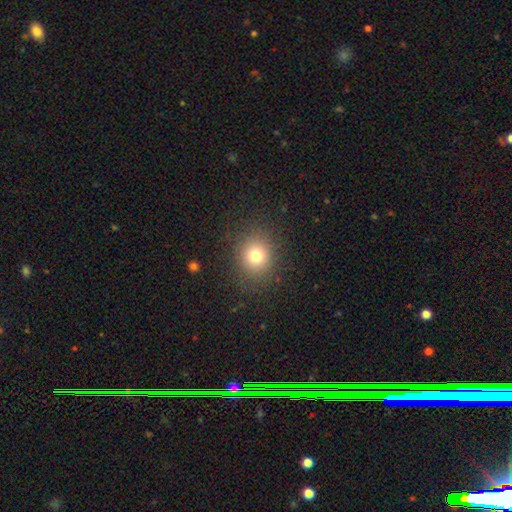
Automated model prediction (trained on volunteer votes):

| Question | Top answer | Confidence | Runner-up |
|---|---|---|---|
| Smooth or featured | smooth | 77% | star or artifact (15%) |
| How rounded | round | 82% | in between (17%) |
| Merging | none | 87% | minor disturbance (8%) |